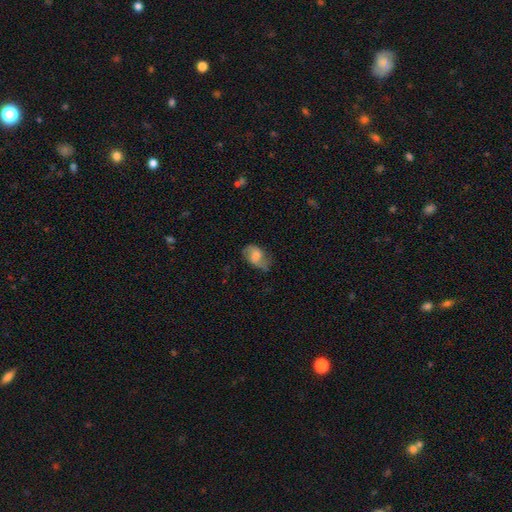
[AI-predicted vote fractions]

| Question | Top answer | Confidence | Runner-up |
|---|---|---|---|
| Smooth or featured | featured or disk | 50% | smooth (42%) |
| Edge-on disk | no | 96% | yes (4%) |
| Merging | none | 61% | minor disturbance (26%) |